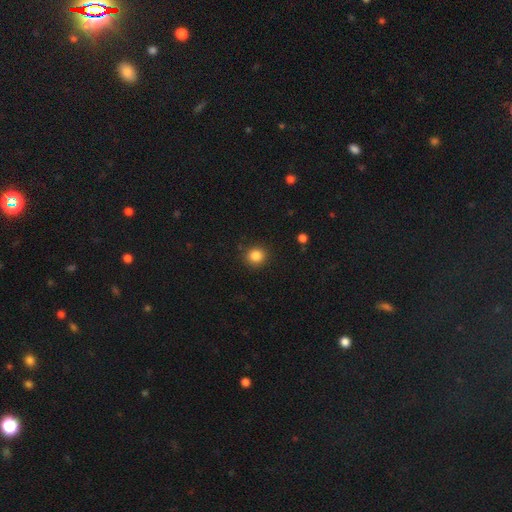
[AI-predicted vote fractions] A smooth galaxy with no disk features (85%) that is round (89%). Merging: none (89%).